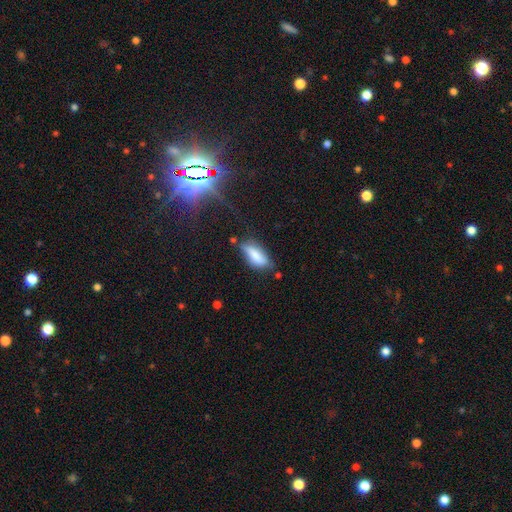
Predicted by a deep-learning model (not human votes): A smooth galaxy with no disk features (76%) that is in between round and cigar-shaped (77%). Merging: none (56%).